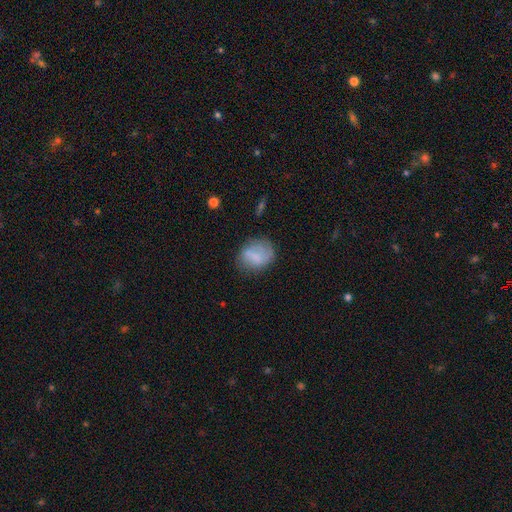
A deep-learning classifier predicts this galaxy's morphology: This is likely a smooth galaxy (68%). How rounded: possibly round (50%). Merging: possibly none (59%).